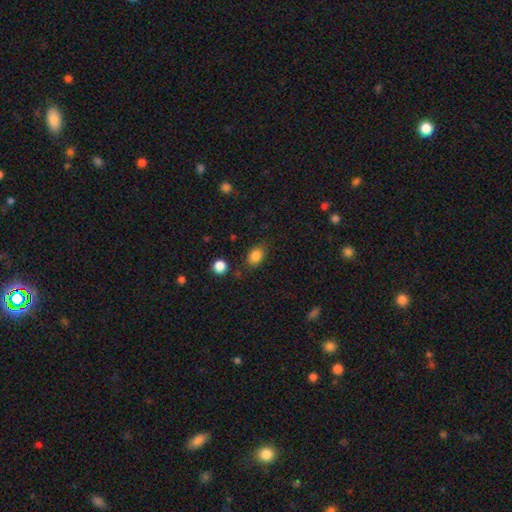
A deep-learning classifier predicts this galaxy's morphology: smooth_or_featured: smooth (p=0.84) [alt: star or artifact p=0.10]
how_rounded: in between (p=0.71) [alt: round p=0.28]
merging: none (p=0.79) [alt: minor disturbance p=0.14]